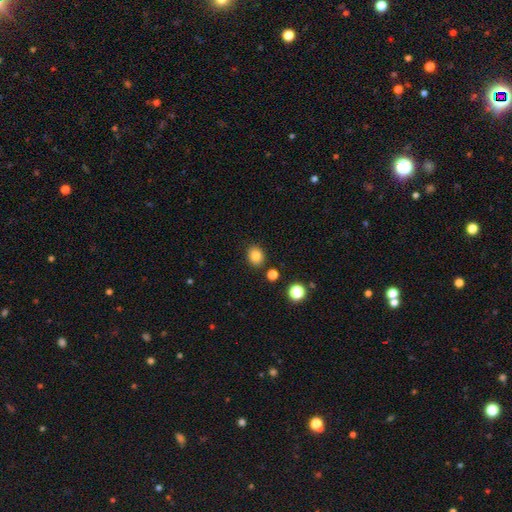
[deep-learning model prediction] Smooth or featured?
  - smooth: 83% *
  - star or artifact: 12%
  - featured or disk: 6%
How rounded?
  - round: 62% *
  - in between: 37%
  - cigar-shaped: 1%
Merging?
  - none: 86% *
  - minor disturbance: 9%
  - merger: 3%
  - major disturbance: 2%